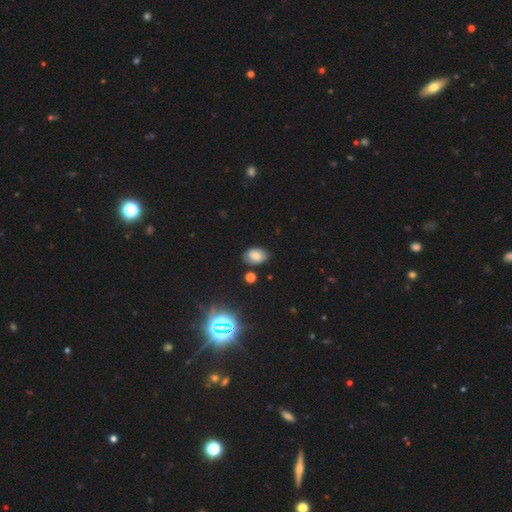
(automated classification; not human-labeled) Morphology: type=smooth (71%); roundness=in between (84%); merging=none (80%).